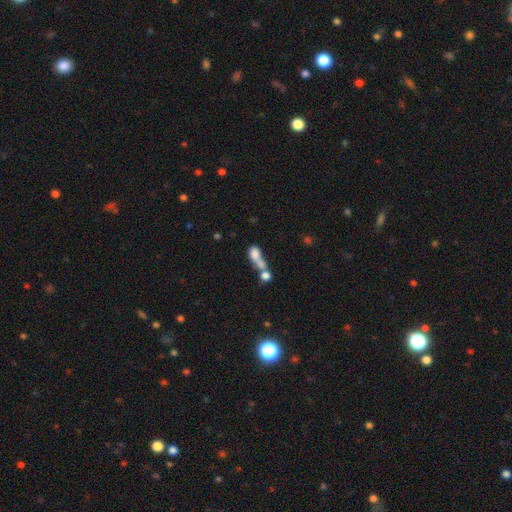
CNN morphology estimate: The model was most divided on "how rounded": in between: 61%, round: 22%, cigar-shaped: 17%. More confident: smooth or featured — smooth (67%); merging — merger (66%).